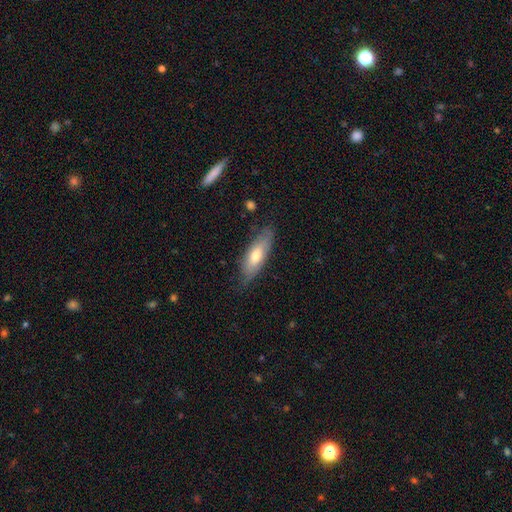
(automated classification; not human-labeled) smooth_or_featured: smooth (p=0.64) [alt: featured or disk p=0.31]
how_rounded: in between (p=0.60) [alt: cigar-shaped p=0.38]
merging: none (p=0.74) [alt: minor disturbance p=0.21]